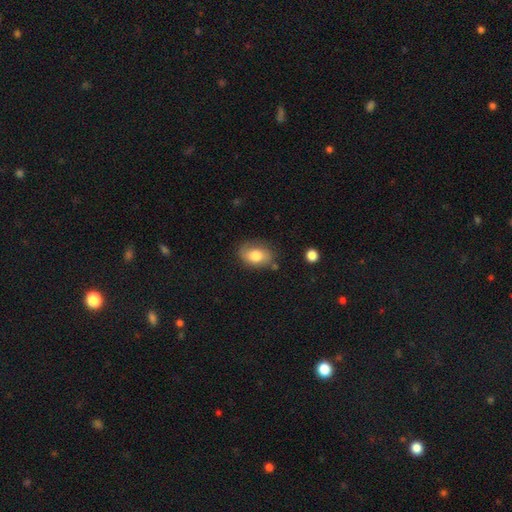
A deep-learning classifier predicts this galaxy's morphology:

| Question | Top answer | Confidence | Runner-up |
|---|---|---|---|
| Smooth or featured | smooth | 73% | featured or disk (19%) |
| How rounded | in between | 81% | round (17%) |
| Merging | none | 70% | minor disturbance (21%) |